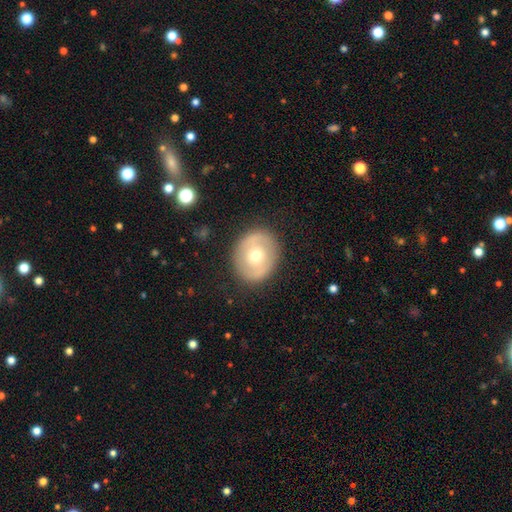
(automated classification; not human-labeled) Smooth or featured? Predicted: featured or disk (p=0.47). Merging? Predicted: none (p=0.85).